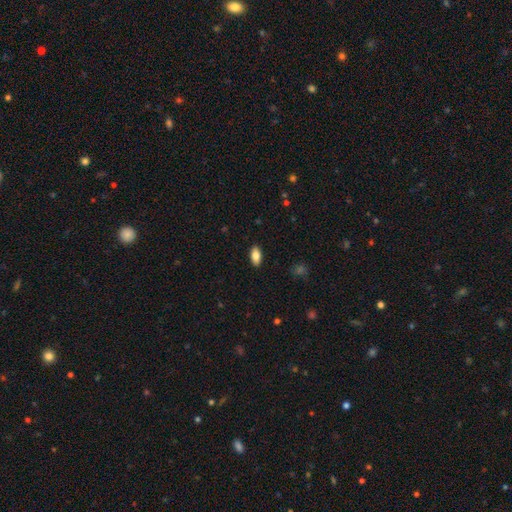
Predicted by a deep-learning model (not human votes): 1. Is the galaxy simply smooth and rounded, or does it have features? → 84% smooth, 9% featured or disk, 7% star or artifact.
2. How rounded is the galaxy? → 91% in between, 6% cigar-shaped, 3% round.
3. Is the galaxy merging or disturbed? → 90% none, 8% minor disturbance, 2% major disturbance, 1% merger.